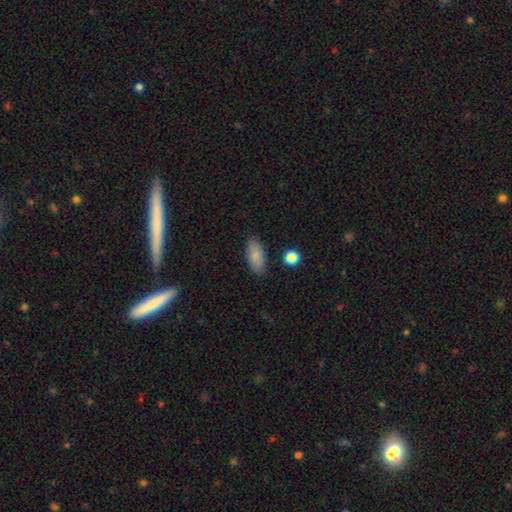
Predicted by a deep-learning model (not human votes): This is clearly a smooth galaxy (84%). How rounded: clearly in between (88%). Merging: clearly none (85%).